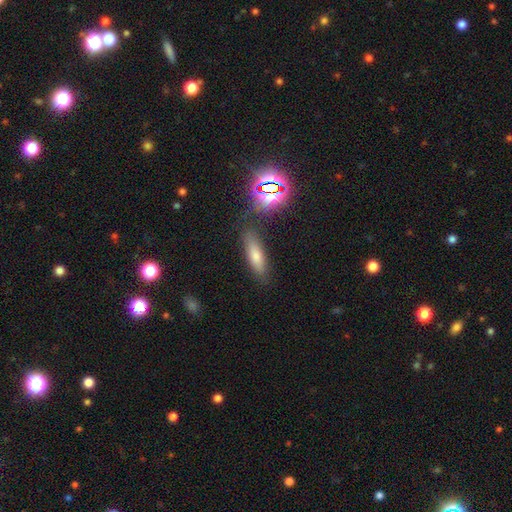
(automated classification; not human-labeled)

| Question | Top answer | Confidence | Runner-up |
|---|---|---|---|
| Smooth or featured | smooth | 64% | star or artifact (19%) |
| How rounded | cigar-shaped | 54% | in between (42%) |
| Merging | none | 80% | minor disturbance (12%) |